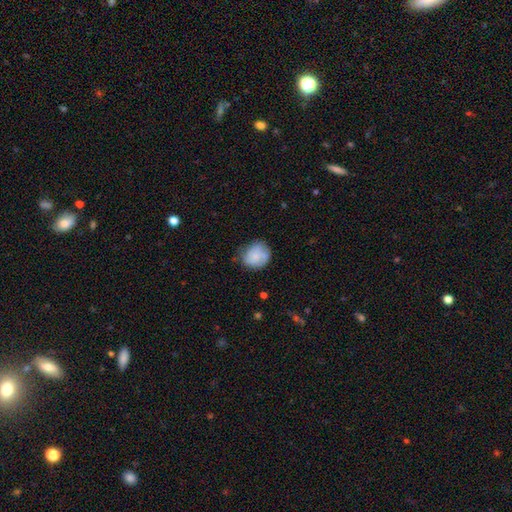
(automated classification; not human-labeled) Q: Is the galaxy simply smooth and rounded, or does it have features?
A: smooth — 77%.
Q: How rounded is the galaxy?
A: round — 72%.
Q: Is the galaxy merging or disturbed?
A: none — 62%.